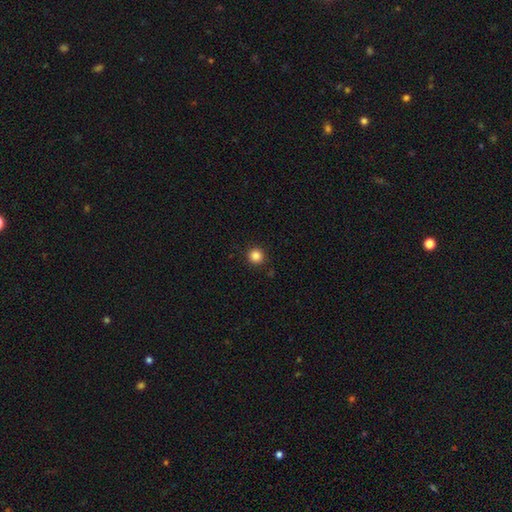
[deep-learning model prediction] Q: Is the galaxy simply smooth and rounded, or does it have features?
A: smooth — 85%.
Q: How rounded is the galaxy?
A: round — 95%.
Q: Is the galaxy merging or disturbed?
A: none — 92%.